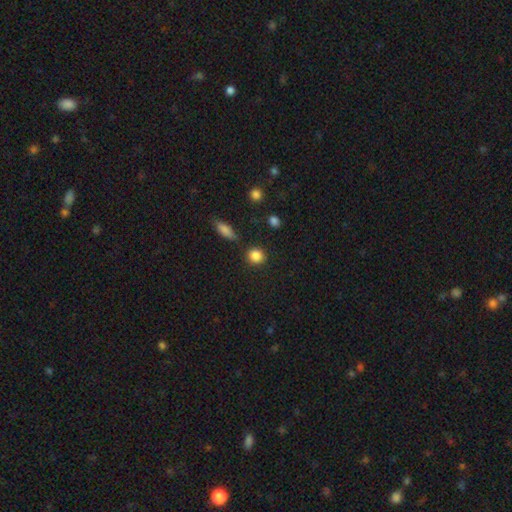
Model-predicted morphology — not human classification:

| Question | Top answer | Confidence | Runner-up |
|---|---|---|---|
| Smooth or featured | smooth | 86% | star or artifact (10%) |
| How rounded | round | 87% | in between (12%) |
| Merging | none | 86% | minor disturbance (8%) |